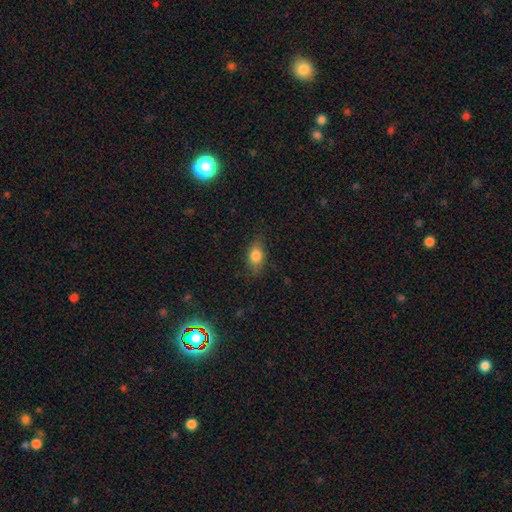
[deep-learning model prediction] Smooth or featured: smooth — 82% (featured or disk — 9%)
How rounded: in between — 83% (round — 13%)
Merging: none — 80% (minor disturbance — 15%)